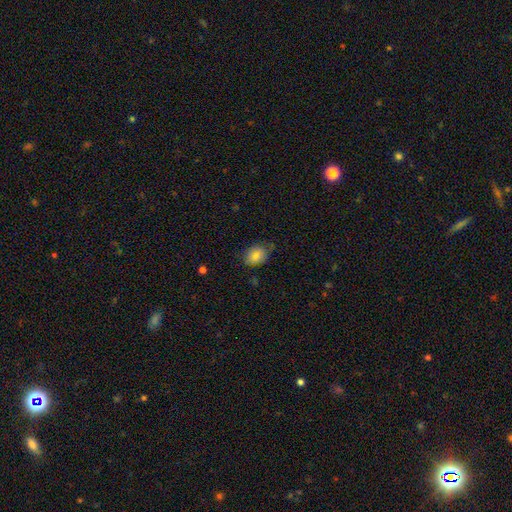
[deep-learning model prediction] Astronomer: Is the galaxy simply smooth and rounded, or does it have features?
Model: smooth — 82%.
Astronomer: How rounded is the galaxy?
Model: in between — 60% (runner-up: round, 39%).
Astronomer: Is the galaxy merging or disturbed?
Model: none — 64%.